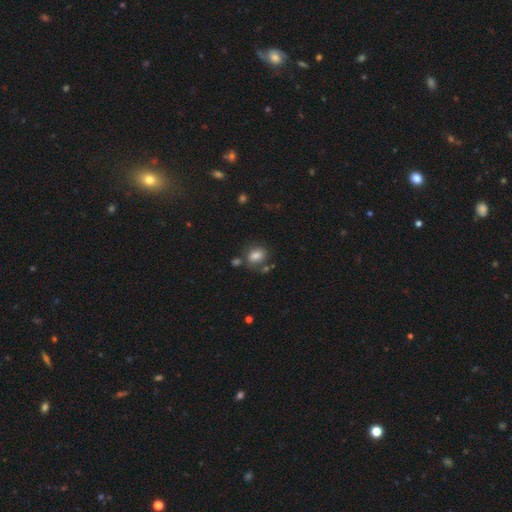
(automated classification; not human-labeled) The model was most divided on "how rounded": in between: 65%, round: 34%, cigar-shaped: 1%. More confident: smooth or featured — smooth (81%); merging — none (66%).